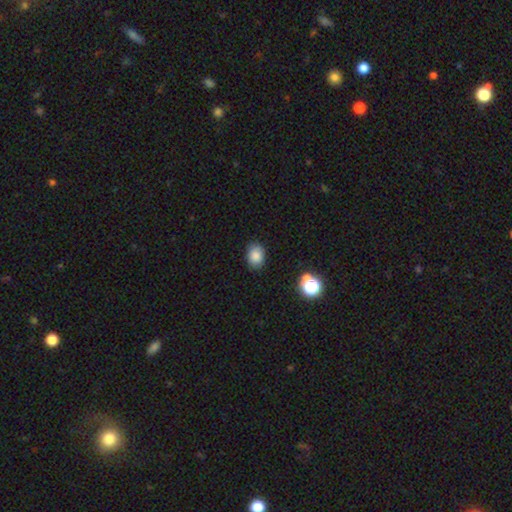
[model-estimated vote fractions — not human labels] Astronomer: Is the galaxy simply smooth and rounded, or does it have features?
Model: smooth — 85%.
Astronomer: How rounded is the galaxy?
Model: in between — 66%.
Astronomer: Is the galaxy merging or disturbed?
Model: none — 86%.